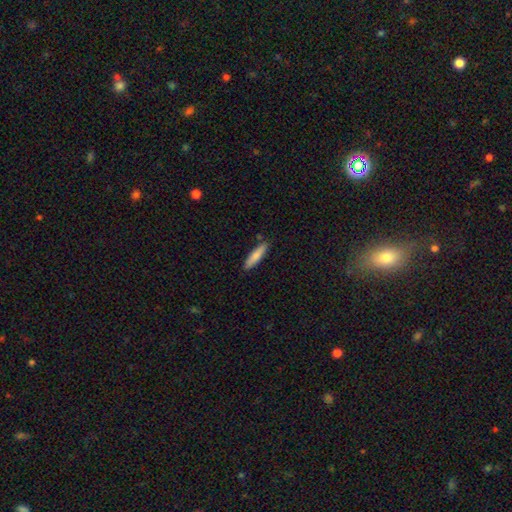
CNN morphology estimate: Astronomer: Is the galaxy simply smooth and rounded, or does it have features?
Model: smooth — 79%.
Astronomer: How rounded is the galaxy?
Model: cigar-shaped — 79%.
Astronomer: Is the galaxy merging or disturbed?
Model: none — 87%.